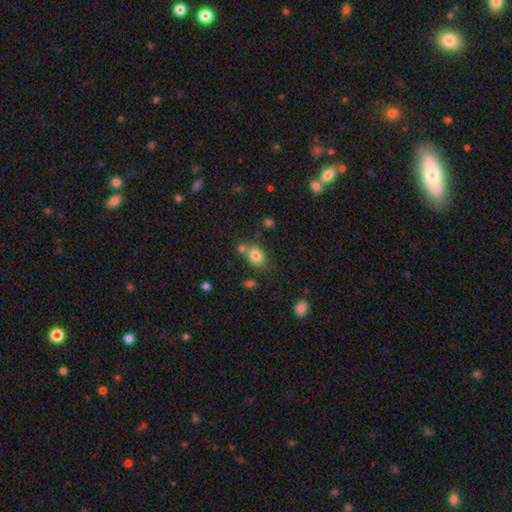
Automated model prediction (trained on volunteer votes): Overall: smooth (81%). How rounded: in between (58%; round 41%). Merging: none (61%).